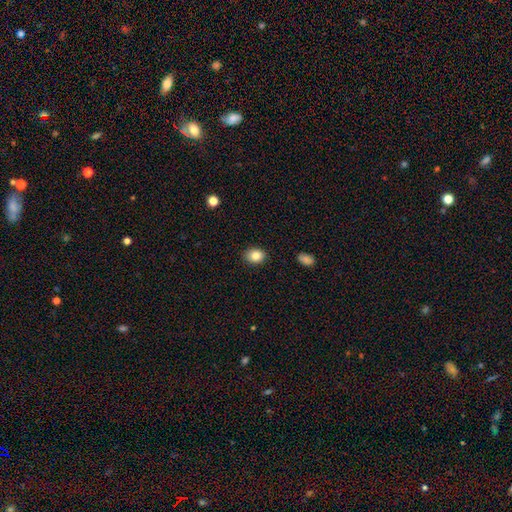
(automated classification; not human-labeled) Smooth or featured: smooth — 83% (star or artifact — 9%)
How rounded: in between — 51% (round — 48%)
Merging: none — 89% (minor disturbance — 8%)